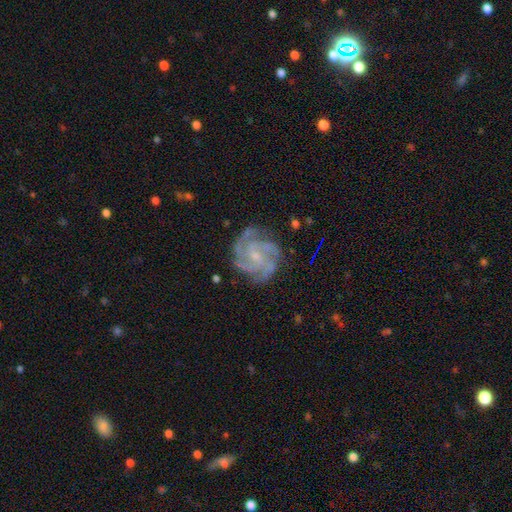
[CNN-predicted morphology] The model was most divided on "spiral arm count": 3: 34%, 4: 32%, can't tell: 11%, 2: 10%, more than 4: 8%, 1: 6%. More confident: spiral arms — yes (98%); edge-on disk — no (98%); smooth or featured — featured or disk (89%); merging — none (80%); bulge size — small (70%); spiral winding — tight (64%); bar — no (58%).